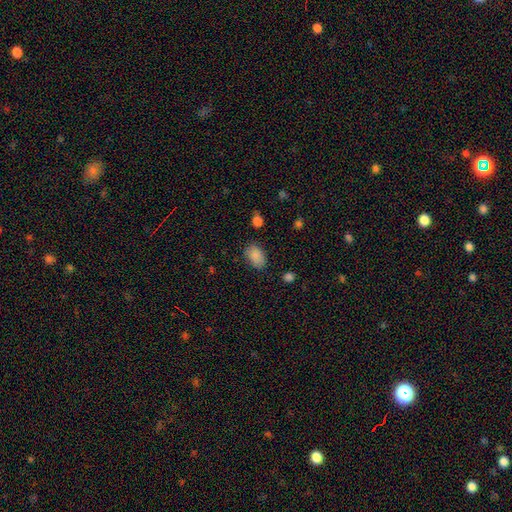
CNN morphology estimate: Smooth or featured? Predicted: smooth (p=0.87). How rounded? Predicted: in between (p=0.87). Merging? Predicted: none (p=0.78).